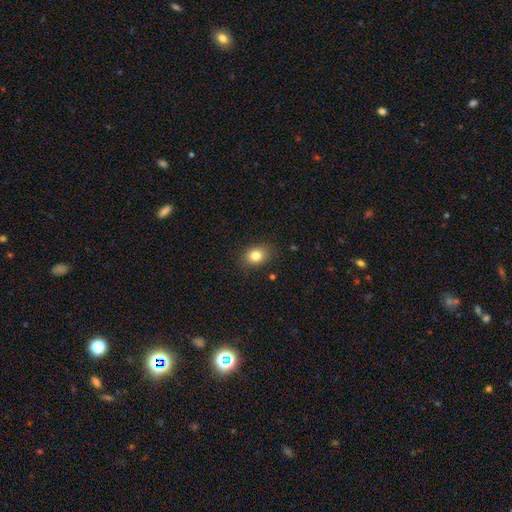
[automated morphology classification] smooth_or_featured: smooth (p=0.82) [alt: star or artifact p=0.11]
how_rounded: in between (p=0.54) [alt: round p=0.45]
merging: none (p=0.85) [alt: minor disturbance p=0.11]